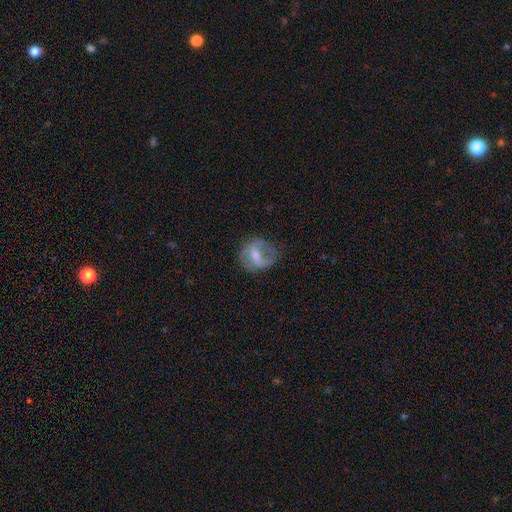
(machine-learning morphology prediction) smooth-or-featured: featured or disk: 68% | smooth: 25% | star or artifact: 8%
  disk-edge-on: no: 96% | yes: 4%
    bar: weak: 49% | strong: 30% | no: 22%
    has-spiral-arms: yes: 79% | no: 21%
      spiral-winding: medium: 42% | loose: 38% | tight: 20%
      spiral-arm-count: 2: 71% | can't tell: 13% | 1: 12% | 3: 2% | 4: 1% | more than 4: 1%
    bulge-size: moderate: 50% | small: 42% | none: 5% | large: 3% | dominant: 1%
  merging: none: 63% | minor disturbance: 23% | major disturbance: 13% | merger: 2%